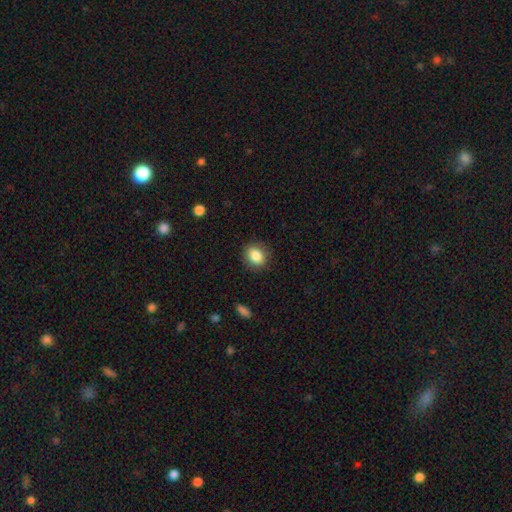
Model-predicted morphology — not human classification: This is clearly a smooth galaxy (85%). How rounded: possibly round (59%). Merging: clearly none (86%).